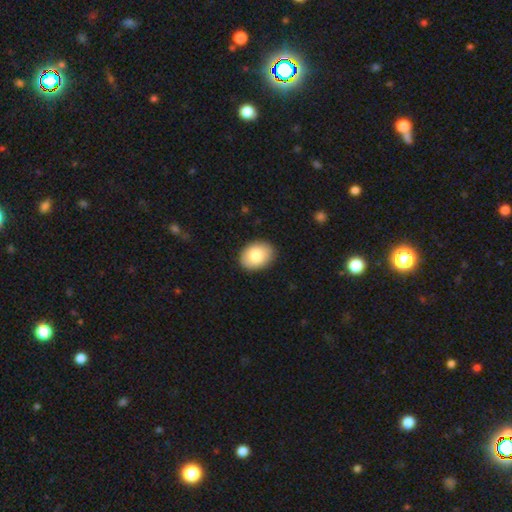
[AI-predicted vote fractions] smooth-or-featured: smooth: 83% | featured or disk: 10% | star or artifact: 7%
  how-rounded: in between: 73% | round: 26% | cigar-shaped: 1%
  merging: none: 88% | minor disturbance: 9% | major disturbance: 2% | merger: 1%